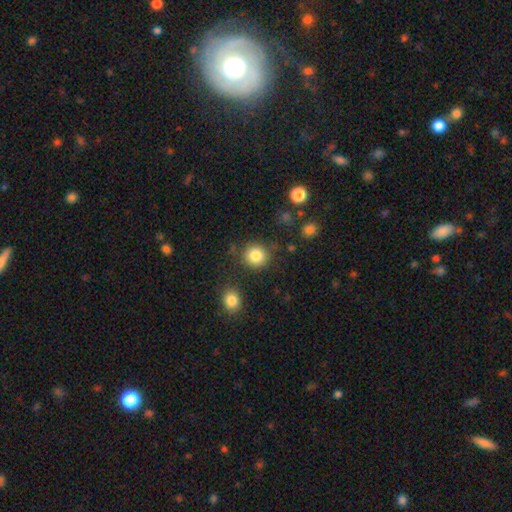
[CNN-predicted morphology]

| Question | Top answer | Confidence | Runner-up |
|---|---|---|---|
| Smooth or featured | smooth | 85% | star or artifact (9%) |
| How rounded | round | 90% | in between (10%) |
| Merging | none | 84% | minor disturbance (9%) |